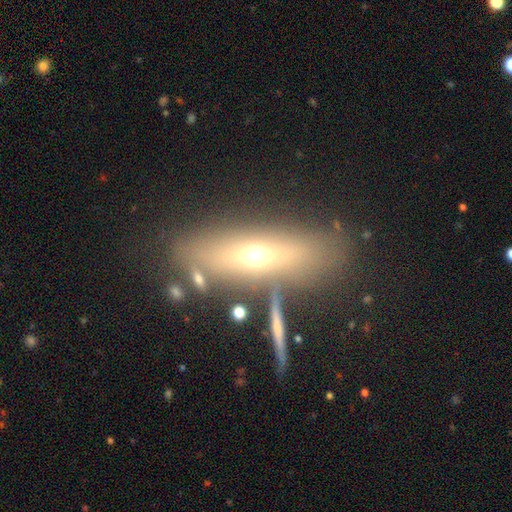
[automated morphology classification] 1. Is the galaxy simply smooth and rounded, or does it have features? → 50% smooth, 35% featured or disk, 15% star or artifact.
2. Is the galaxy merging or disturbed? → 66% none, 13% minor disturbance, 12% merger, 9% major disturbance.